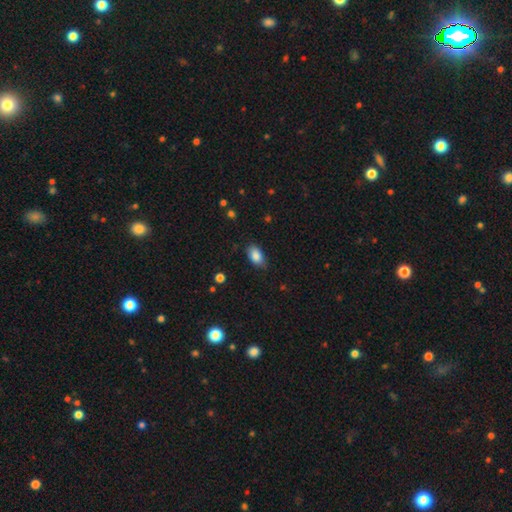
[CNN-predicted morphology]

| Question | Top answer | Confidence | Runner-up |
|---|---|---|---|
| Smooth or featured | smooth | 87% | star or artifact (8%) |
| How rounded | in between | 91% | round (7%) |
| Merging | none | 80% | minor disturbance (16%) |